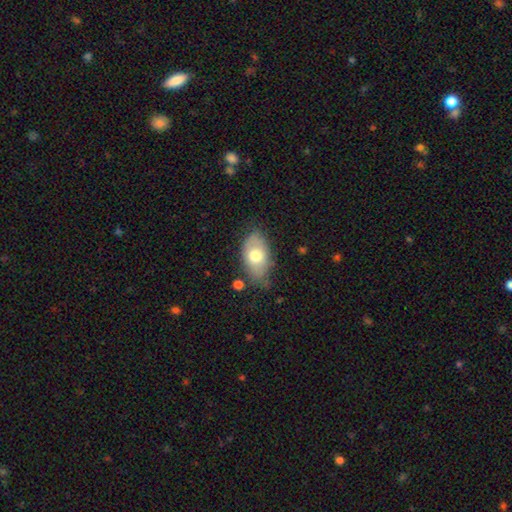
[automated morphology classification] The model was most divided on "merging": none: 62%, minor disturbance: 27%, major disturbance: 7%, merger: 3%. More confident: how rounded — in between (91%); smooth or featured — smooth (64%).